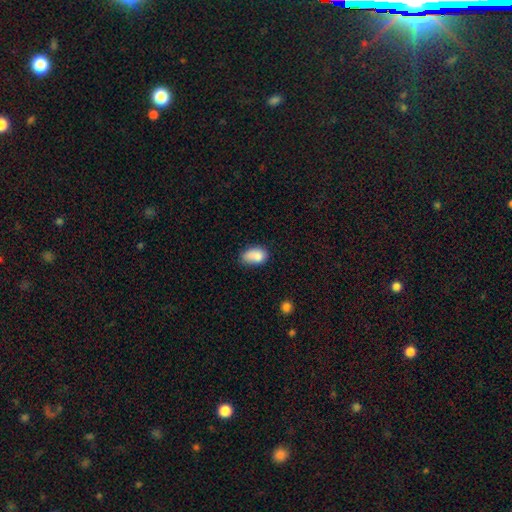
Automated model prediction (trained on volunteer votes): A smooth galaxy with no disk features (84%) that is in between round and cigar-shaped (89%). Merging: none (51%).